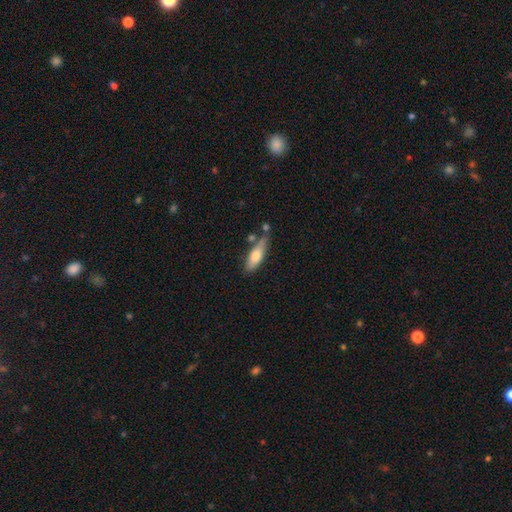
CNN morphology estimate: The model was most divided on "how rounded": in between: 51%, cigar-shaped: 46%, round: 2%. More confident: smooth or featured — smooth (69%); merging — none (57%).